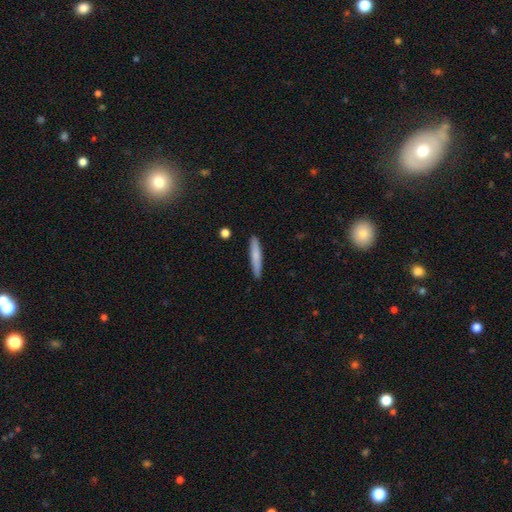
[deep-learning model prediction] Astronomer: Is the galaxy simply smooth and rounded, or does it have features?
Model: smooth — 74%.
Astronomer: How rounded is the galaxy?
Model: cigar-shaped — 92%.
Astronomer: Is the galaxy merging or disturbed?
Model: none — 89%.